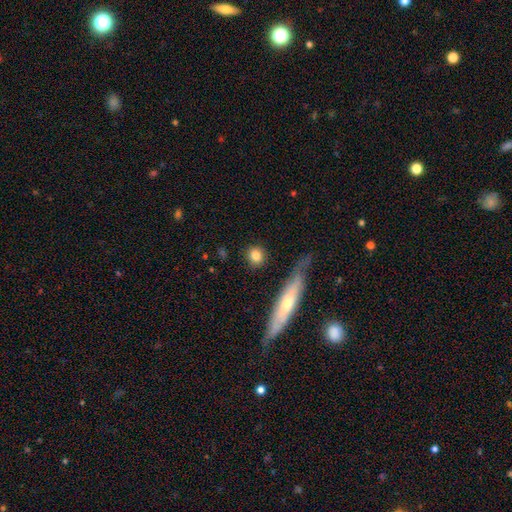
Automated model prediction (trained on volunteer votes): A smooth galaxy with no disk features (81%) that is round (81%). Merging: none (85%).